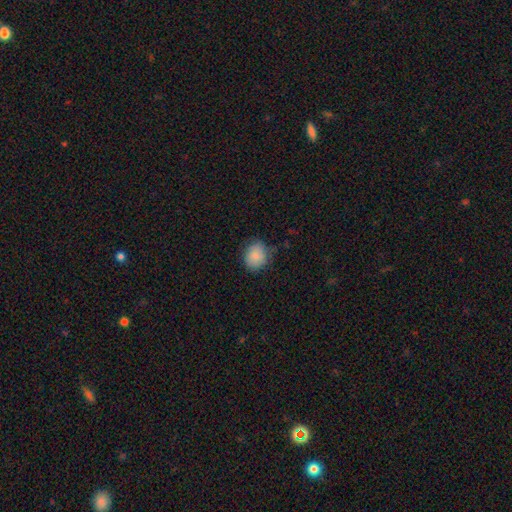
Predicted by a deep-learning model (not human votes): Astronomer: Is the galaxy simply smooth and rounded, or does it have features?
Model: smooth — 85%.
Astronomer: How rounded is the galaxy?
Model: round — 67%.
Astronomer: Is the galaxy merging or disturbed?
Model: none — 70%.